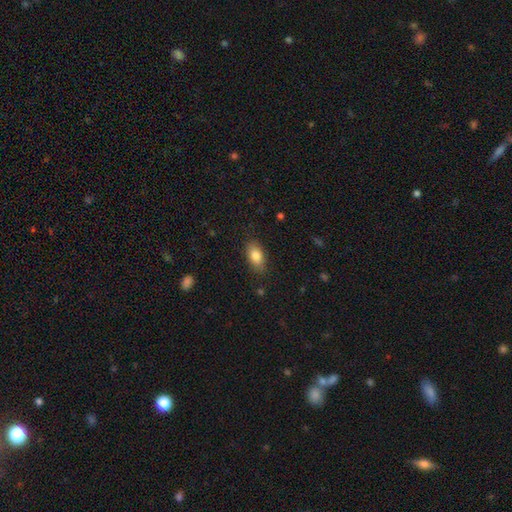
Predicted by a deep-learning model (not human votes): This is clearly a smooth galaxy (84%). How rounded: clearly in between (90%). Merging: clearly none (84%).